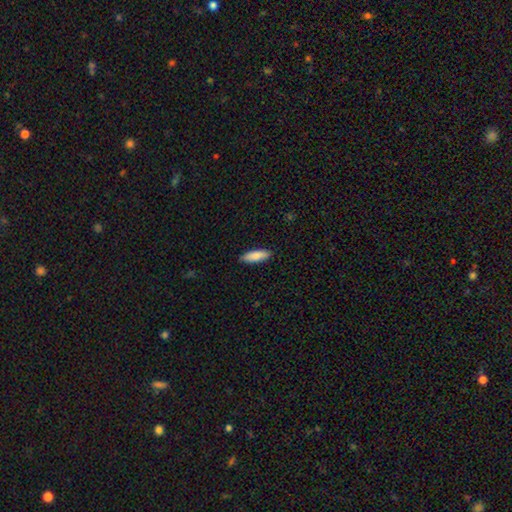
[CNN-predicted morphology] Overall: smooth (88%). How rounded: in between (52%; cigar-shaped 46%). Merging: none (89%).